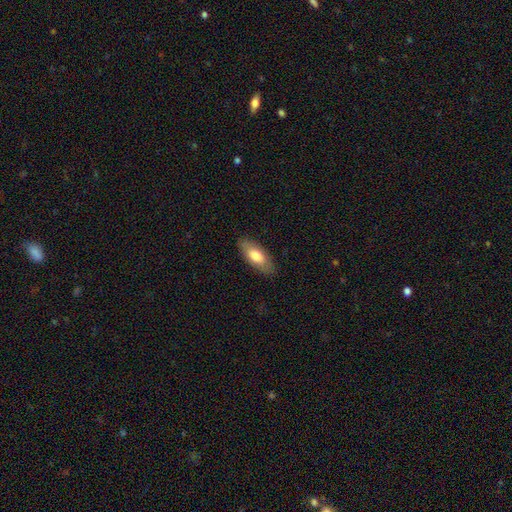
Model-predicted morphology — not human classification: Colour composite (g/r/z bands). It shows a smooth galaxy with no disk features (75%) that is in between round and cigar-shaped (82%). Merging: none (86%).